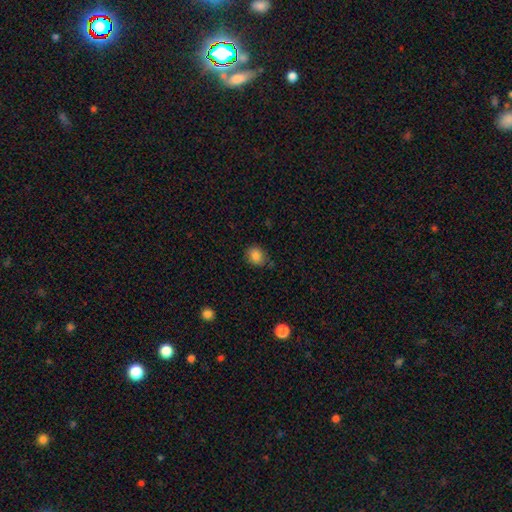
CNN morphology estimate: type=smooth (85%); roundness=round (61%); merging=none (76%).